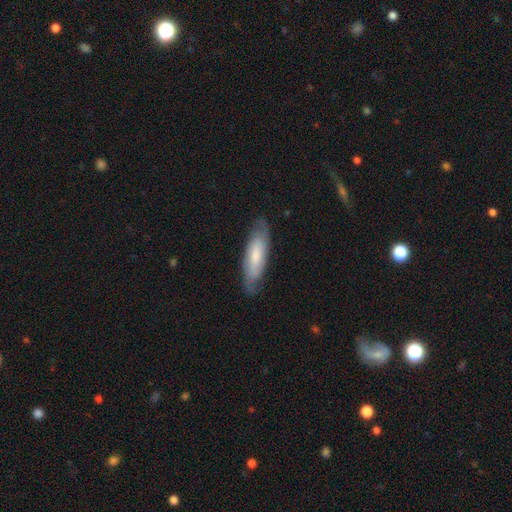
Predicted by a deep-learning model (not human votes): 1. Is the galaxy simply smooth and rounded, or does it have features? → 49% smooth, 45% featured or disk, 6% star or artifact.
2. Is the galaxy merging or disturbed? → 77% none, 18% minor disturbance, 4% major disturbance, 1% merger.